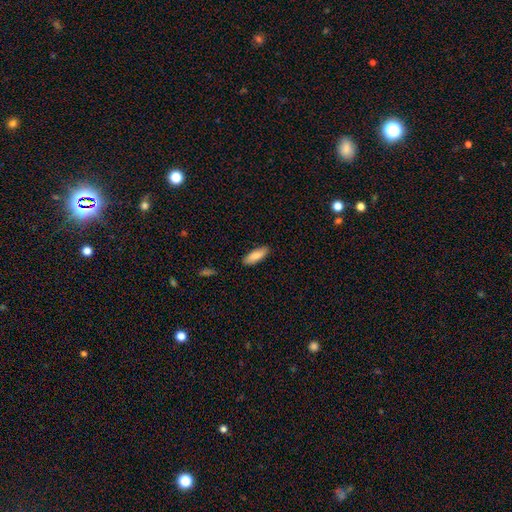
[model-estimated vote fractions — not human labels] Smooth or featured? smooth (86%)
How rounded? in between (66%)
Merging? none (87%)